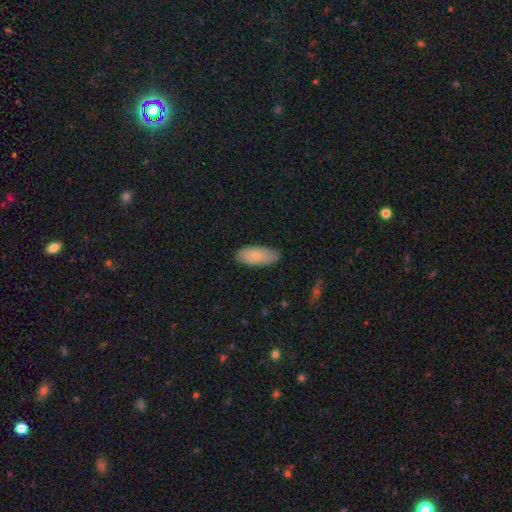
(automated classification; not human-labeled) This is likely a smooth galaxy (78%). How rounded: clearly in between (87%). Merging: clearly none (82%).